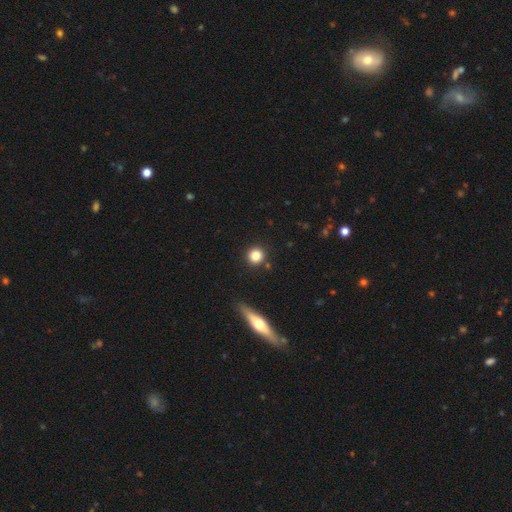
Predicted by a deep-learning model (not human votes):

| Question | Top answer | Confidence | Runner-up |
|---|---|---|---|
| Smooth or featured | smooth | 83% | star or artifact (10%) |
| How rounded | round | 93% | in between (6%) |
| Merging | none | 88% | minor disturbance (6%) |